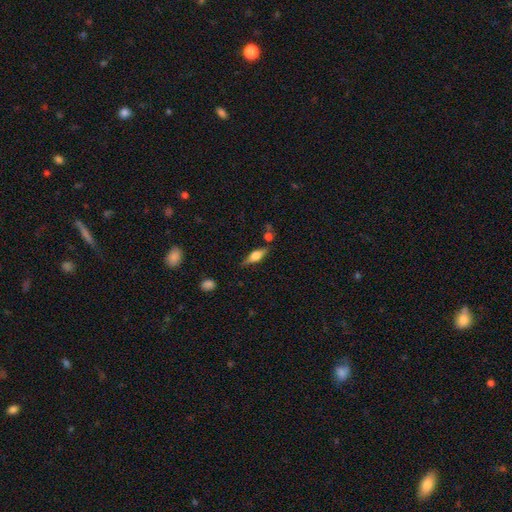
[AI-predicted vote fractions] Smooth or featured: featured or disk — 53% (smooth — 39%)
Edge-on disk: yes — 93% (no — 7%)
Merging: none — 77% (minor disturbance — 14%)